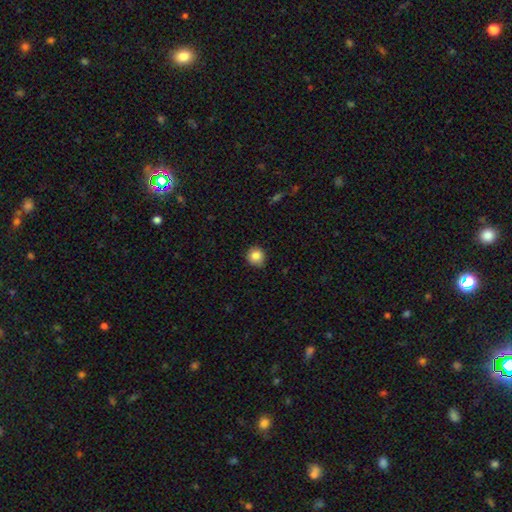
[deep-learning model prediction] smooth 84%, star or artifact 10%, featured or disk 6%. Down the decision tree: how rounded — round (89%); merging — none (80%).